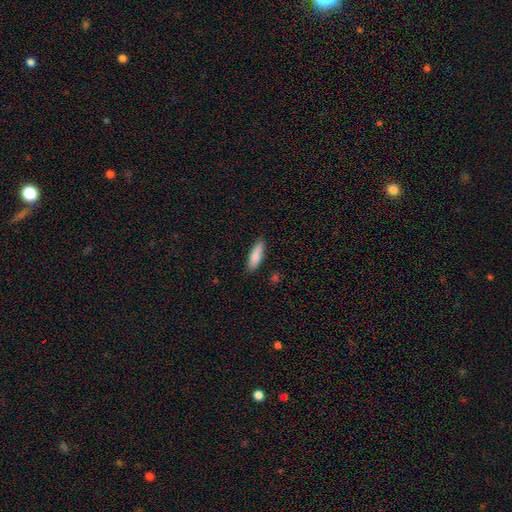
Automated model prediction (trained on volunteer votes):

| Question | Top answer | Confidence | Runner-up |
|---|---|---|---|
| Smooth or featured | smooth | 86% | featured or disk (8%) |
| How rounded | cigar-shaped | 56% | in between (43%) |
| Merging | none | 85% | minor disturbance (12%) |